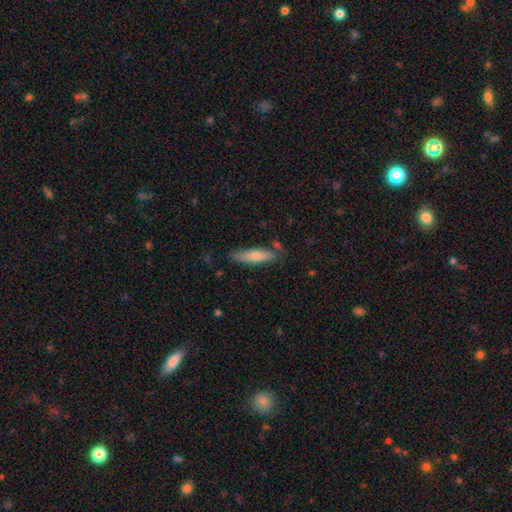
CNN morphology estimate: smooth_or_featured: smooth (p=0.61) [alt: featured or disk p=0.32]
how_rounded: cigar-shaped (p=0.74) [alt: in between p=0.24]
merging: none (p=0.76) [alt: minor disturbance p=0.17]